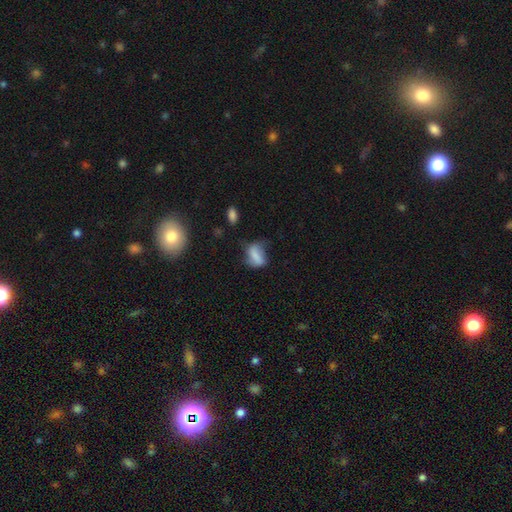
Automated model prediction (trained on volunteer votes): smooth_or_featured: smooth (p=0.69) [alt: featured or disk p=0.20]
how_rounded: in between (p=0.81) [alt: round p=0.12]
merging: none (p=0.35) [alt: minor disturbance p=0.34]